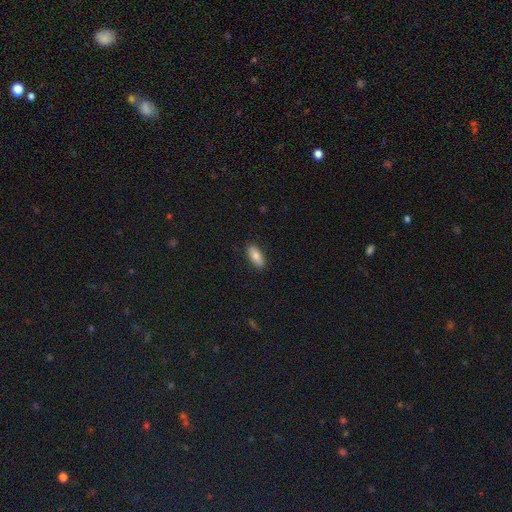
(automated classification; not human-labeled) A smooth galaxy with no disk features (82%) that is in between round and cigar-shaped (80%).

Vote fractions:
- Smooth or featured? smooth: 82% / featured or disk: 12% / star or artifact: 7%
- How rounded? in between: 80% / cigar-shaped: 17% / round: 2%
- Merging? none: 88% / minor disturbance: 9% / major disturbance: 2% / merger: 1%